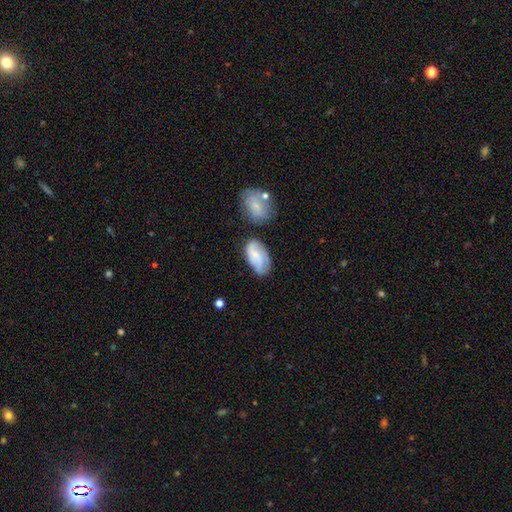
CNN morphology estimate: The model was most divided on "smooth or featured": smooth: 49%, featured or disk: 44%, star or artifact: 7%. More confident: merging — none (56%).